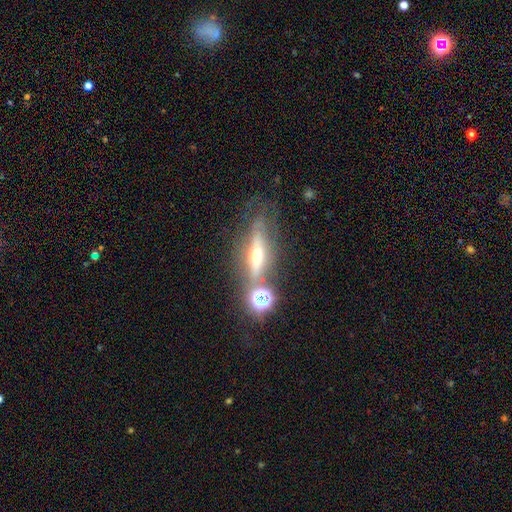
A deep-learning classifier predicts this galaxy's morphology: A featured or disk galaxy (62%) viewed edge-on (75%).

Vote fractions:
- Smooth or featured? featured or disk: 62% / smooth: 23% / star or artifact: 15%
- Edge-on disk? yes: 75% / no: 25%
- Merging? none: 56% / minor disturbance: 18% / merger: 14% / major disturbance: 12%